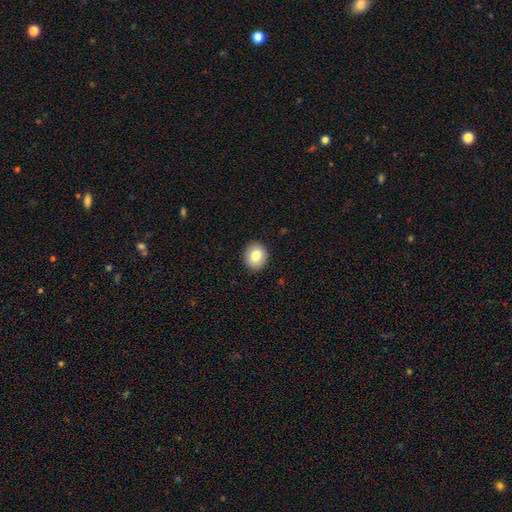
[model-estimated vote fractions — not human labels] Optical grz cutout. It shows a smooth galaxy with no disk features (82%) that is round (78%). Merging: none (91%).